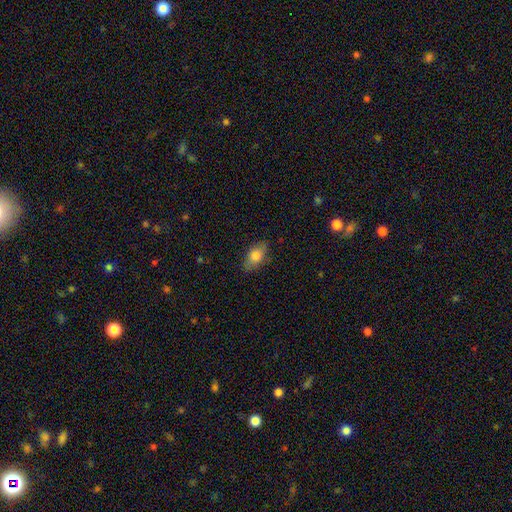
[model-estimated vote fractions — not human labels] A smooth galaxy with no disk features (79%) that is in between round and cigar-shaped (89%).

Vote fractions:
- Smooth or featured? smooth: 79% / featured or disk: 14% / star or artifact: 7%
- How rounded? in between: 89% / round: 7% / cigar-shaped: 4%
- Merging? none: 81% / minor disturbance: 15% / major disturbance: 3% / merger: 1%